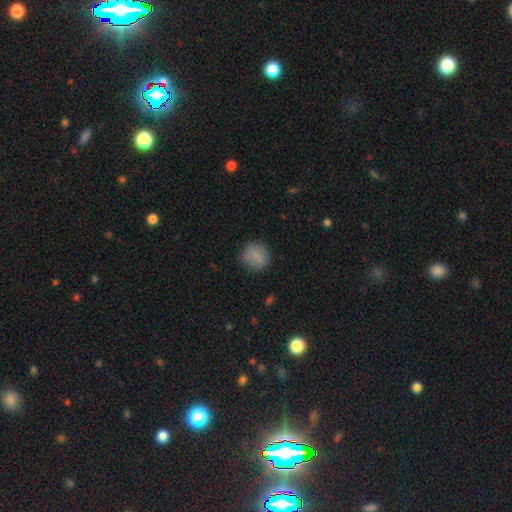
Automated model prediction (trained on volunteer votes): smooth-or-featured: smooth: 84% | star or artifact: 9% | featured or disk: 7%
  how-rounded: round: 87% | in between: 12% | cigar-shaped: 1%
  merging: none: 79% | minor disturbance: 16% | major disturbance: 4% | merger: 2%